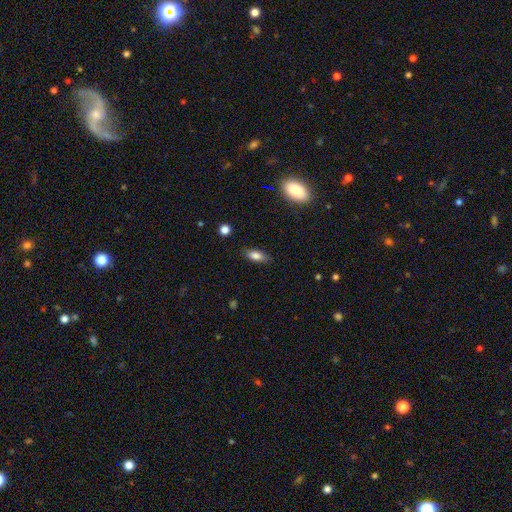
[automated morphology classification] Overall: smooth (81%). How rounded: in between (78%). Merging: none (84%).